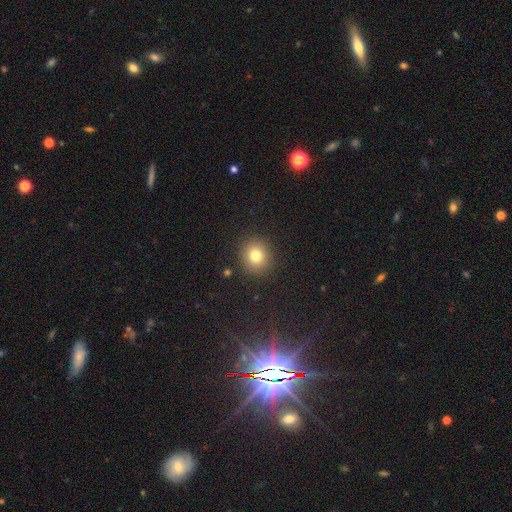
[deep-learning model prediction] Smooth or featured?
  - smooth: 79% *
  - star or artifact: 13%
  - featured or disk: 8%
How rounded?
  - round: 87% *
  - in between: 12%
  - cigar-shaped: 1%
Merging?
  - none: 90% *
  - minor disturbance: 6%
  - major disturbance: 2%
  - merger: 1%